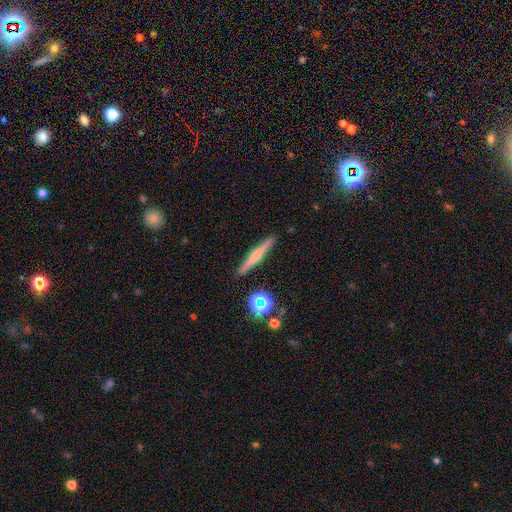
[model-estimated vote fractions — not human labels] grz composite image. It shows a featured or disk galaxy (52%) viewed edge-on (97%) with a rounded central bulge (71%). Merging: none (91%).